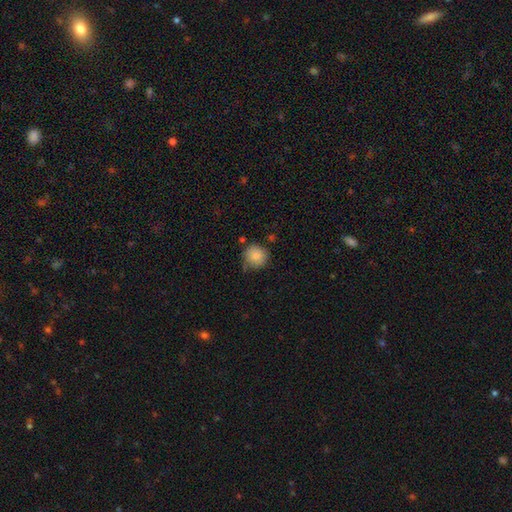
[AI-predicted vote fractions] A smooth galaxy with no disk features (84%) that is round (92%).

Vote fractions:
- Smooth or featured? smooth: 84% / star or artifact: 9% / featured or disk: 7%
- How rounded? round: 92% / in between: 7% / cigar-shaped: 1%
- Merging? none: 71% / minor disturbance: 21% / merger: 4% / major disturbance: 4%